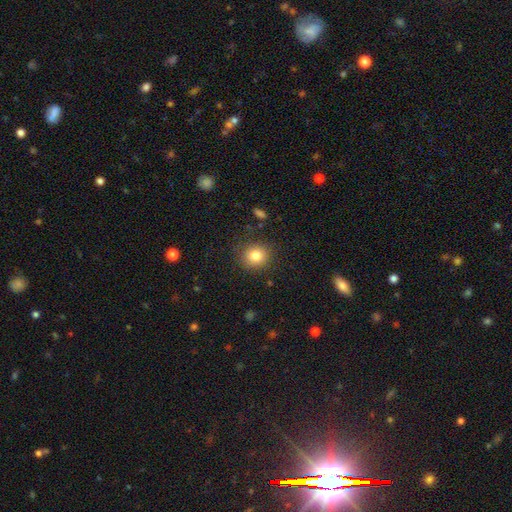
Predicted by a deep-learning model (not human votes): The model was most divided on "how rounded": round: 84%, in between: 15%, cigar-shaped: 1%. More confident: merging — none (87%); smooth or featured — smooth (82%).